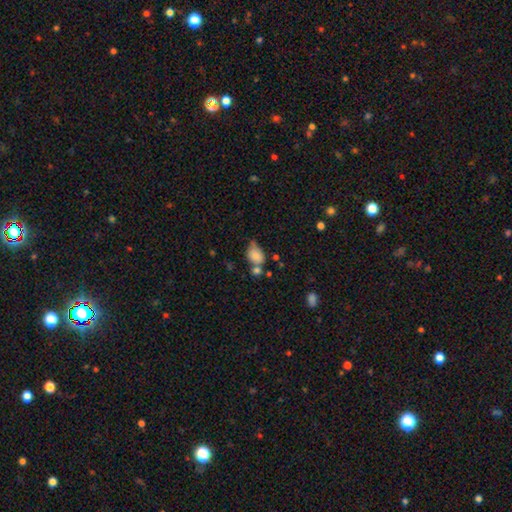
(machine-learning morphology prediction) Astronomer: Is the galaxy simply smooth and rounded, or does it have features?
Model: smooth — 81%.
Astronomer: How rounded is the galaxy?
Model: in between — 66%.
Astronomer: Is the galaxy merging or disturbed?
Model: none — 36% (runner-up: merger, 28%).